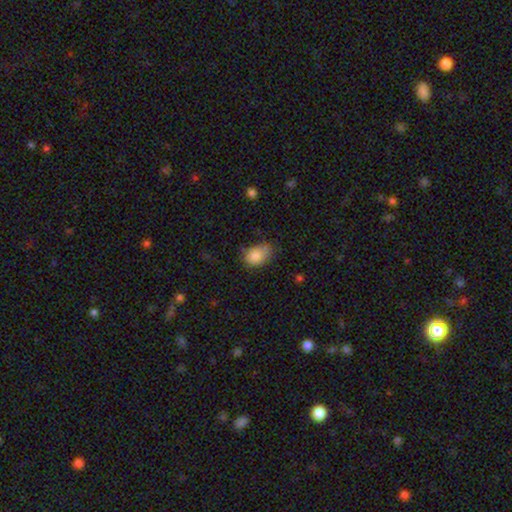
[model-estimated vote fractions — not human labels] A smooth galaxy with no disk features (84%) that is in between round and cigar-shaped (79%).

Vote fractions:
- Smooth or featured? smooth: 84% / star or artifact: 8% / featured or disk: 8%
- How rounded? in between: 79% / round: 19% / cigar-shaped: 1%
- Merging? none: 52% / minor disturbance: 36% / major disturbance: 9% / merger: 3%